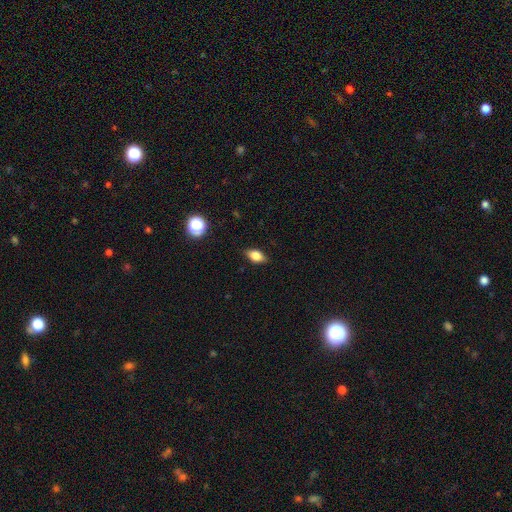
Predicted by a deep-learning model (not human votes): smooth 79%, featured or disk 12%, star or artifact 10%. Down the decision tree: how rounded — in between (84%); merging — none (85%).